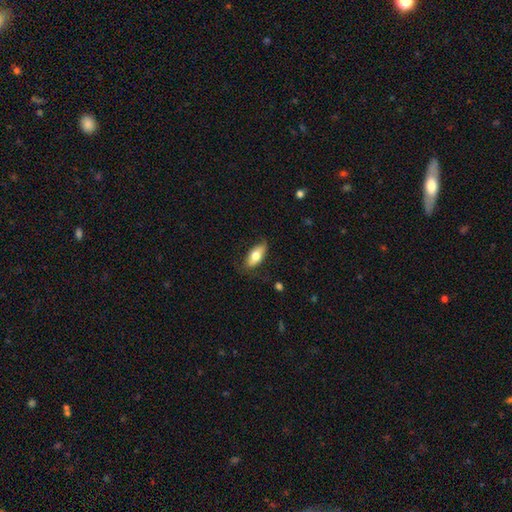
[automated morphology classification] This appears to be a smooth galaxy with no disk features (72%) that is in between round and cigar-shaped (85%). Merging: none (71%).